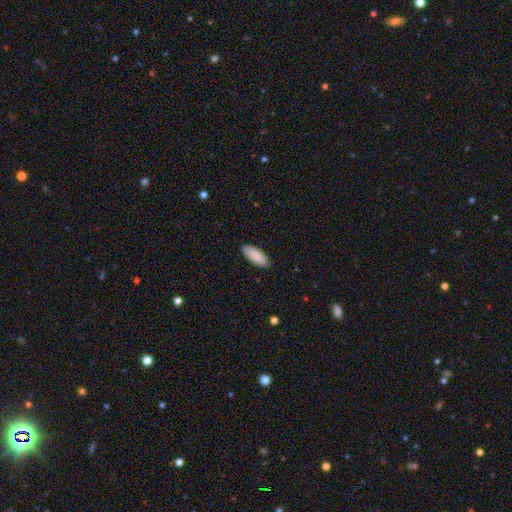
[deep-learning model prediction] Smooth or featured? Predicted: smooth (p=0.90). How rounded? Predicted: in between (p=0.82). Merging? Predicted: none (p=0.89).